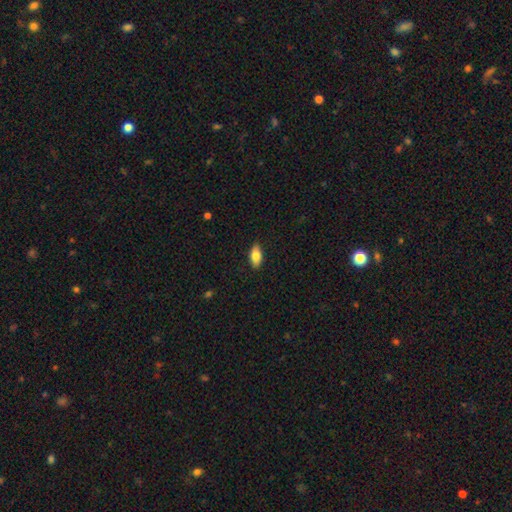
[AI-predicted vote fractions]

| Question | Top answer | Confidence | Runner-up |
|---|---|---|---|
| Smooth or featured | smooth | 79% | featured or disk (15%) |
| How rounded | in between | 87% | cigar-shaped (9%) |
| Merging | none | 87% | minor disturbance (10%) |